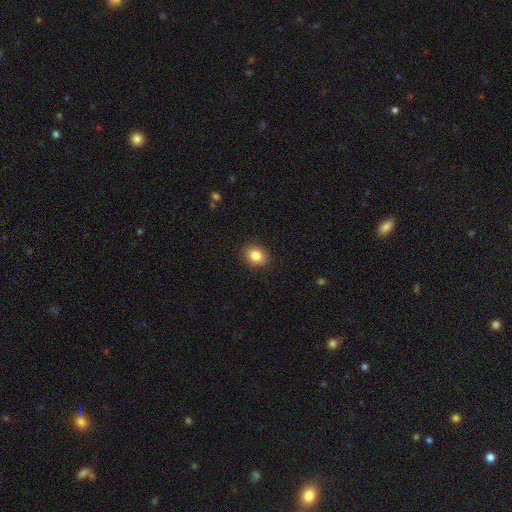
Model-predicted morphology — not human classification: Smooth or featured? Predicted: smooth (p=0.86). How rounded? Predicted: in between (p=0.57). Merging? Predicted: none (p=0.88).